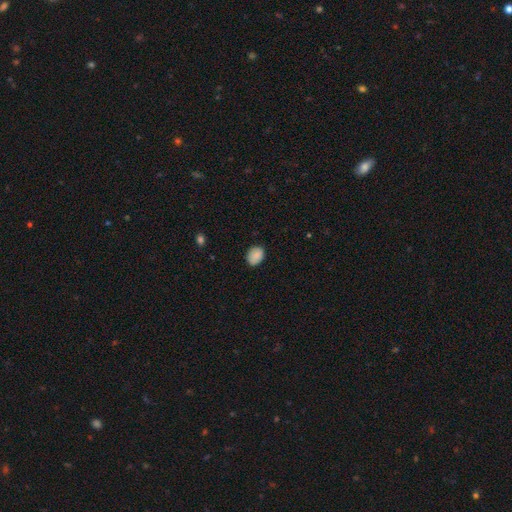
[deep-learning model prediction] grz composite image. It shows a smooth galaxy with no disk features (88%) that is in between round and cigar-shaped (55%). Merging: none (82%).